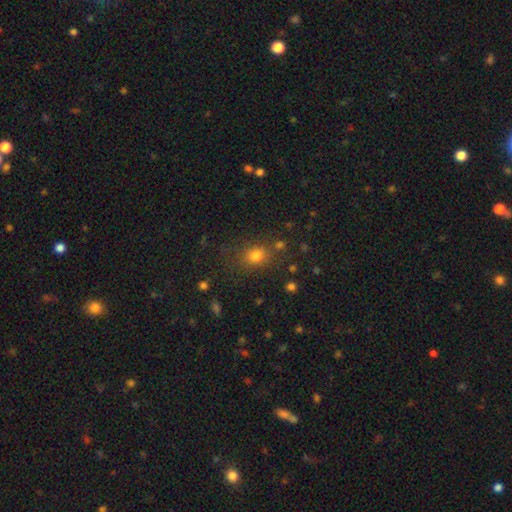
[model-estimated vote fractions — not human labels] This is likely a smooth galaxy (77%). How rounded: possibly round (54%). Merging: likely none (73%).